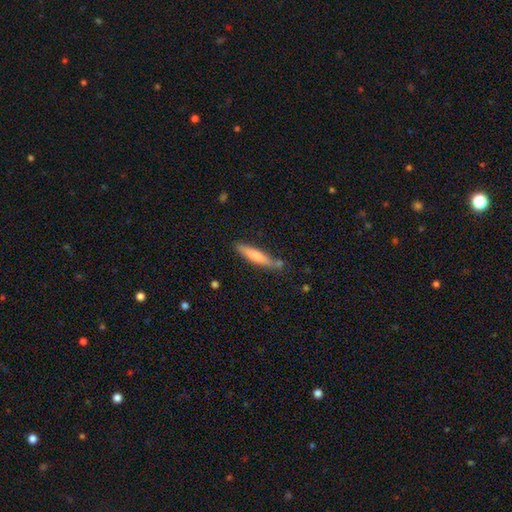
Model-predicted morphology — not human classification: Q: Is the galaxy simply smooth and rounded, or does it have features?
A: smooth — 72%.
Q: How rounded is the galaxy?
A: cigar-shaped — 86%.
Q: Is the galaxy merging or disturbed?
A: none — 76%.